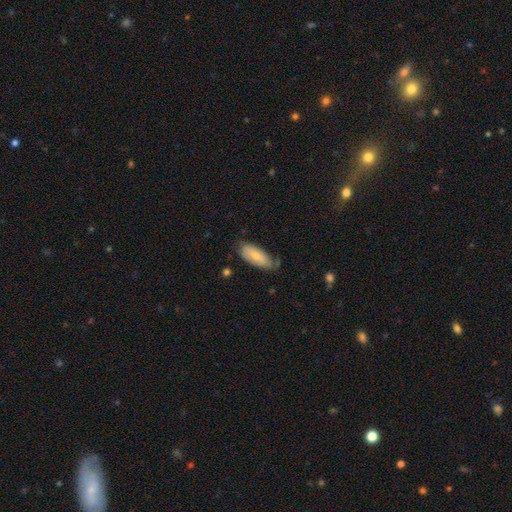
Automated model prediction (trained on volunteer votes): smooth 74%, featured or disk 20%, star or artifact 6%. Down the decision tree: how rounded — in between (80%); merging — none (62%).